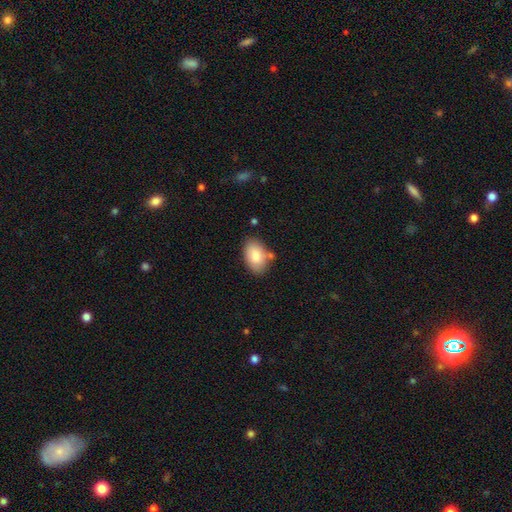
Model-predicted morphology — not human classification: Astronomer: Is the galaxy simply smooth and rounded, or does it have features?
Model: smooth — 82%.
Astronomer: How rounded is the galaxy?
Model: in between — 90%.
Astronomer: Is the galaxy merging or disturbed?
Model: none — 74%.